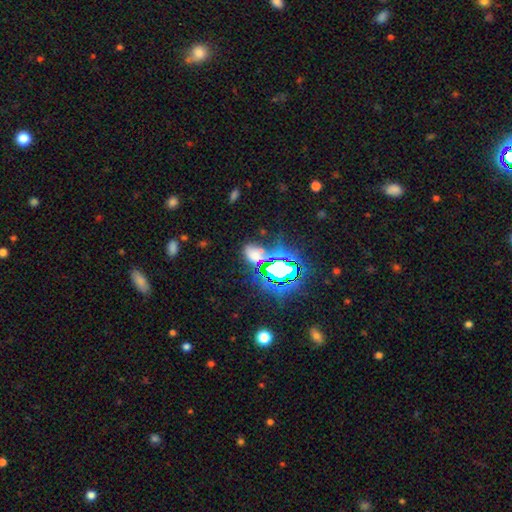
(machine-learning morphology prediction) smooth_or_featured: star or artifact (p=0.49) [alt: smooth p=0.40]